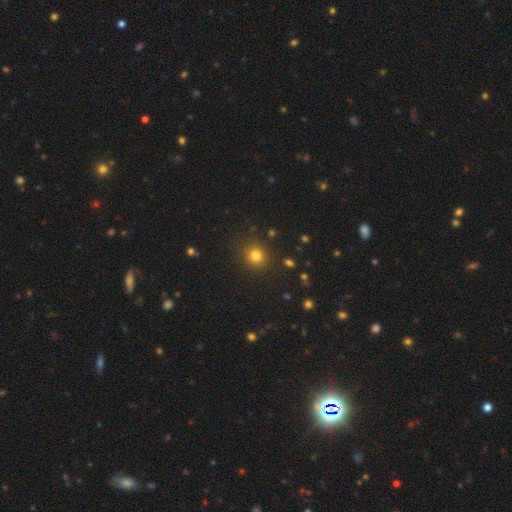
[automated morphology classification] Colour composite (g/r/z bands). It shows a smooth galaxy with no disk features (78%) that is round (86%). Merging: none (89%).